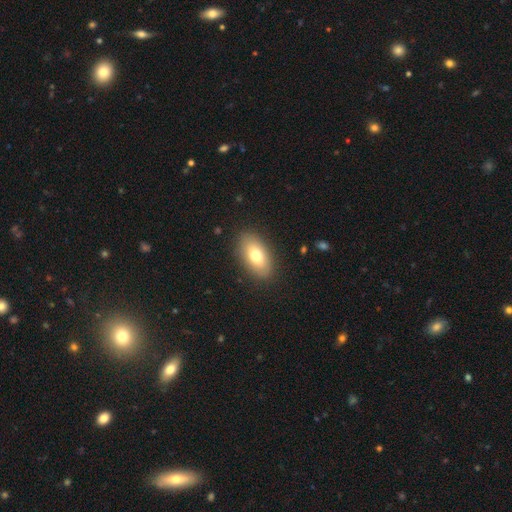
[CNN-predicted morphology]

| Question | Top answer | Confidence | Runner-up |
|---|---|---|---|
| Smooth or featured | smooth | 74% | featured or disk (19%) |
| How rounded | in between | 91% | round (6%) |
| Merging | none | 86% | minor disturbance (10%) |